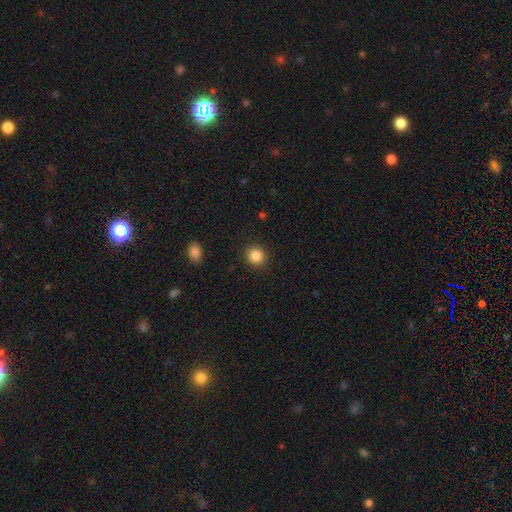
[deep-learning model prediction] This is clearly a smooth galaxy (85%). How rounded: clearly round (85%). Merging: clearly none (89%).